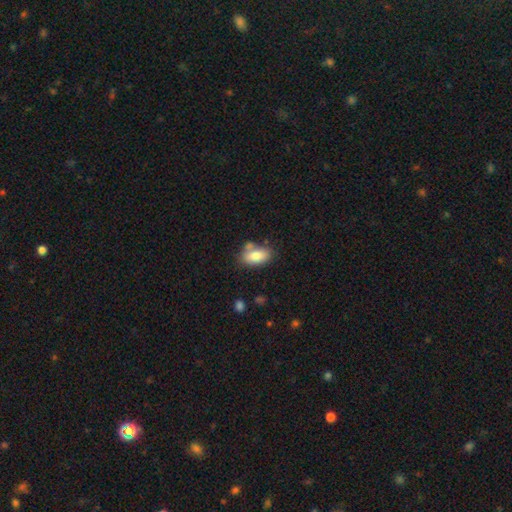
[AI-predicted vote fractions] A smooth galaxy with no disk features (81%) that is in between round and cigar-shaped (91%). Merging: none (66%).